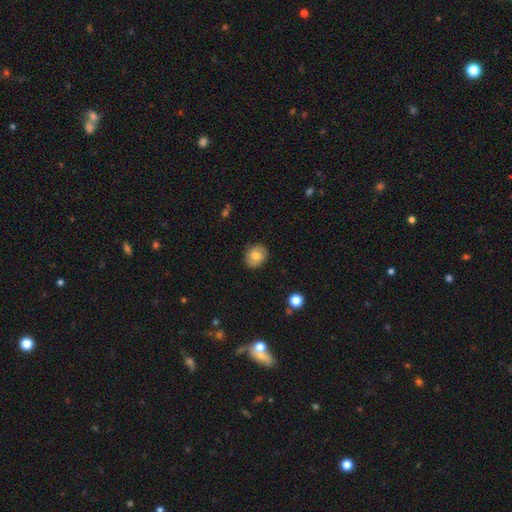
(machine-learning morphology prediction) Q: Smooth or featured?
A: smooth (77%); runner-up: featured or disk (15%)
Q: How rounded?
A: round (59%); runner-up: in between (40%)
Q: Merging?
A: none (87%); runner-up: minor disturbance (10%)